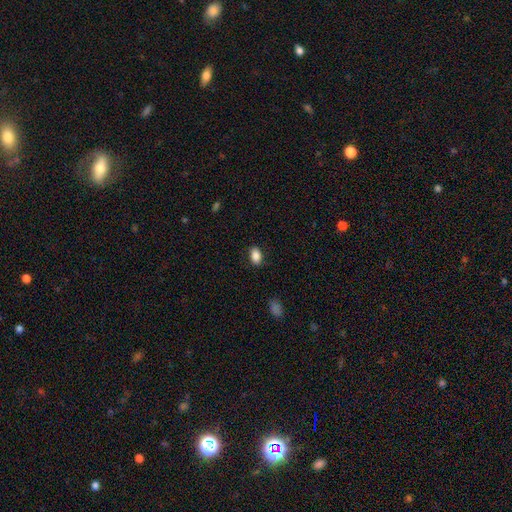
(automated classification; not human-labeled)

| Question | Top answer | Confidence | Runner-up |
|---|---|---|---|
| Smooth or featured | smooth | 86% | star or artifact (8%) |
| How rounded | in between | 87% | round (12%) |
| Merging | none | 86% | minor disturbance (10%) |